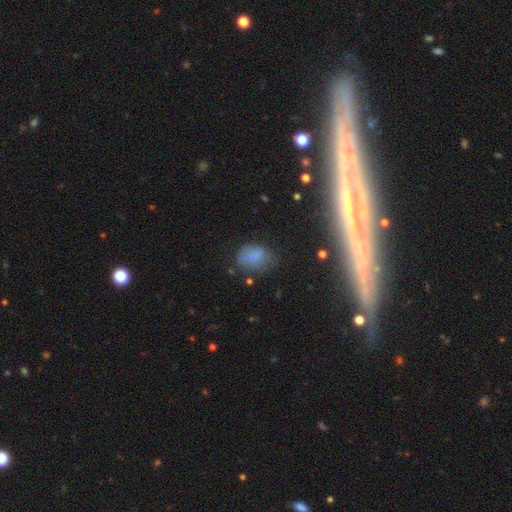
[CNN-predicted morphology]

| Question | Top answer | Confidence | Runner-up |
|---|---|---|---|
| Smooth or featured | smooth | 68% | star or artifact (18%) |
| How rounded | in between | 78% | round (19%) |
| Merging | none | 68% | minor disturbance (23%) |